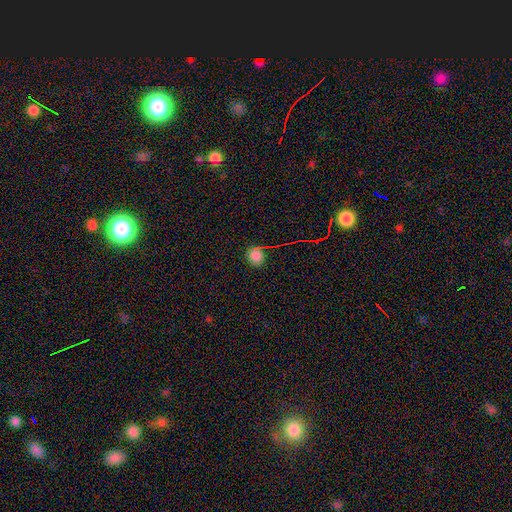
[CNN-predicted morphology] The model was most divided on "how rounded": round: 78%, in between: 21%, cigar-shaped: 1%. More confident: merging — none (79%); smooth or featured — smooth (77%).